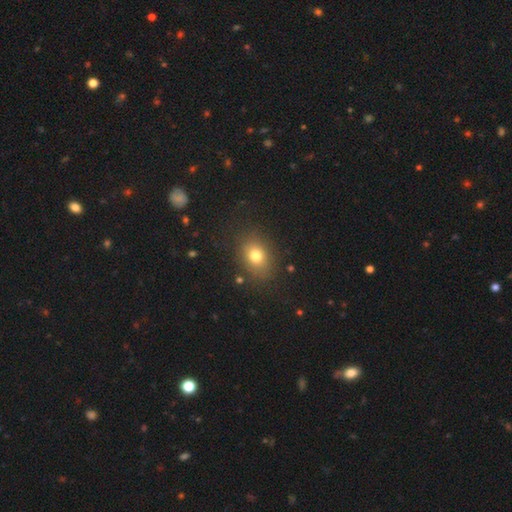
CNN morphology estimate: Smooth or featured? Predicted: smooth (p=0.76). How rounded? Predicted: in between (p=0.57). Merging? Predicted: none (p=0.83).